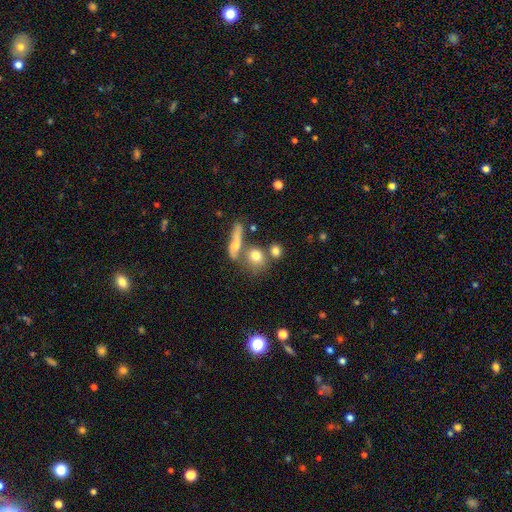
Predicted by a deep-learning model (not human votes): Q: Smooth or featured?
A: smooth (73%); runner-up: featured or disk (17%)
Q: How rounded?
A: round (64%); runner-up: in between (28%)
Q: Merging?
A: none (50%); runner-up: merger (32%)